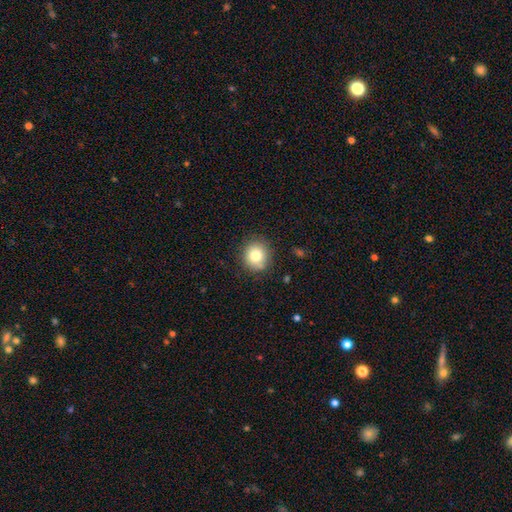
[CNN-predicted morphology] smooth_or_featured: smooth (p=0.80) [alt: star or artifact p=0.10]
how_rounded: round (p=0.89) [alt: in between p=0.11]
merging: none (p=0.84) [alt: minor disturbance p=0.11]